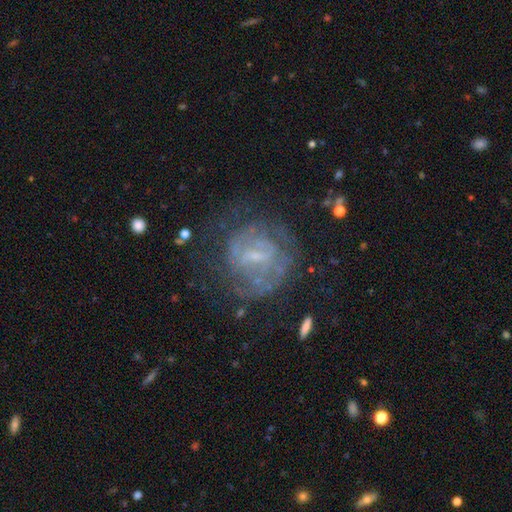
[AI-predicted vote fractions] This appears to be a featured or disk galaxy (70%) with a weak bar (52%), spiral arms (60%) and a small central bulge (55%). Merging: none (63%).